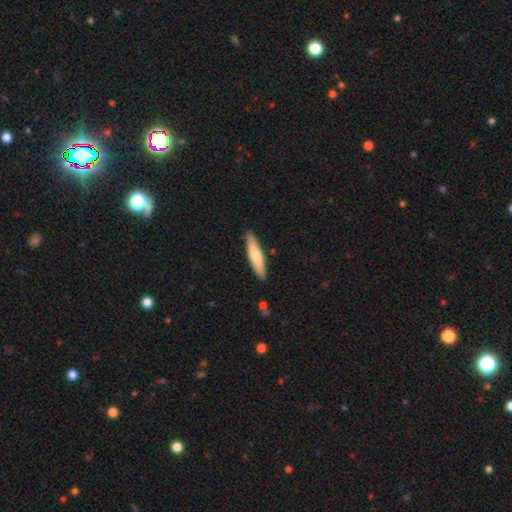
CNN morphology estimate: This appears to be a smooth galaxy with no disk features (69%) that is cigar-shaped (79%). Merging: none (86%).